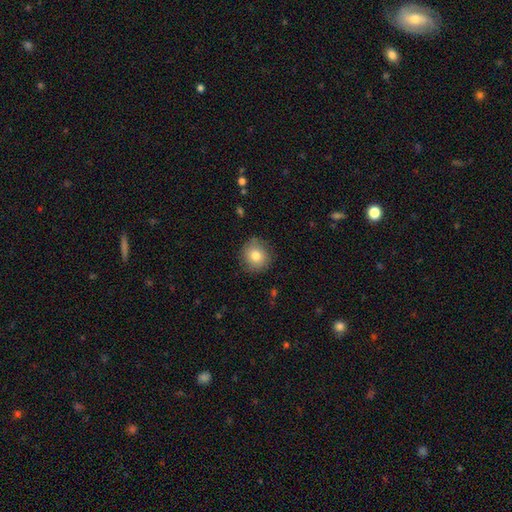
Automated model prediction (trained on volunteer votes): A smooth galaxy with no disk features (81%) that is round (89%).

Vote fractions:
- Smooth or featured? smooth: 81% / featured or disk: 10% / star or artifact: 9%
- How rounded? round: 89% / in between: 10% / cigar-shaped: 1%
- Merging? none: 85% / minor disturbance: 11% / major disturbance: 3% / merger: 1%